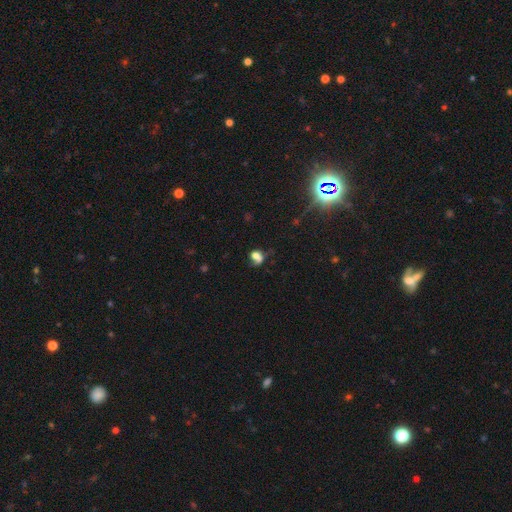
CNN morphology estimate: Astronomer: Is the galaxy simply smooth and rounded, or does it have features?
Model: smooth — 62%.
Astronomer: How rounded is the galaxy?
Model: in between — 53% (runner-up: round, 45%).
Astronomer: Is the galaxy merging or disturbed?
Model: none — 31% (runner-up: merger, 28%).